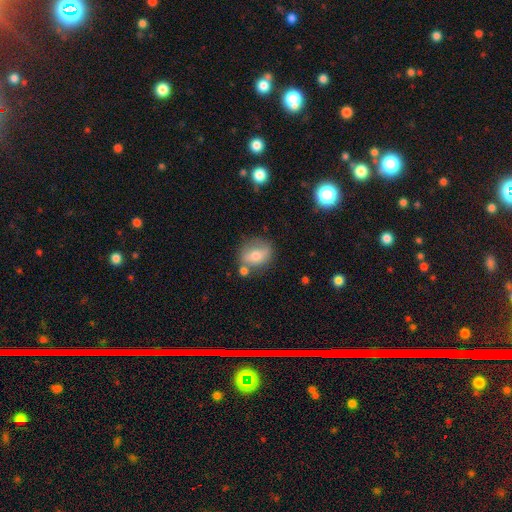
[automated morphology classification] This appears to be a smooth galaxy with no disk features (59%) that is round (53%). Merging: none (62%).